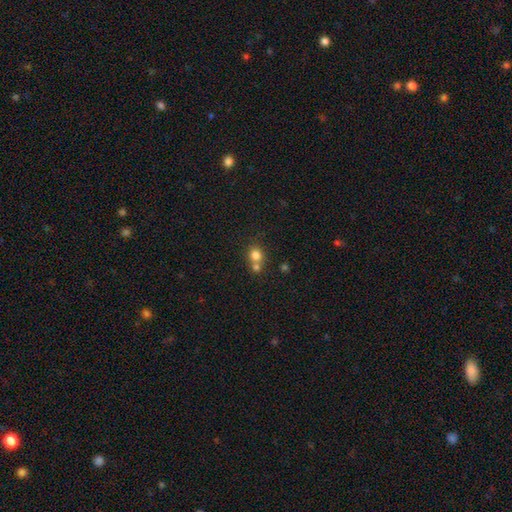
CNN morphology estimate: Q: Smooth or featured?
A: smooth (79%); runner-up: star or artifact (12%)
Q: How rounded?
A: round (82%); runner-up: in between (17%)
Q: Merging?
A: merger (49%); runner-up: none (42%)